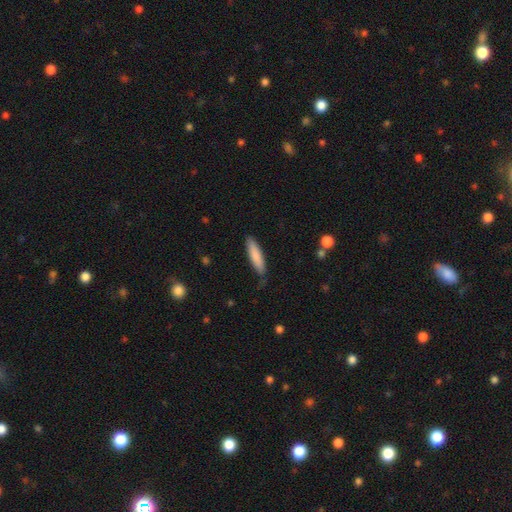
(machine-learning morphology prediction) Smooth or featured: smooth — 84% (featured or disk — 11%)
How rounded: cigar-shaped — 76% (in between — 23%)
Merging: none — 78% (minor disturbance — 18%)